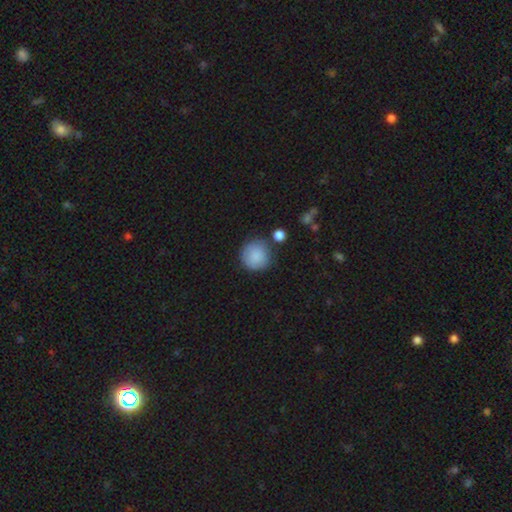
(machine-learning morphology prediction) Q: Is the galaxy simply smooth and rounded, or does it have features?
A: smooth — 87%.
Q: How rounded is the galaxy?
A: round — 94%.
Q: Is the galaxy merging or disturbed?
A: none — 75%.